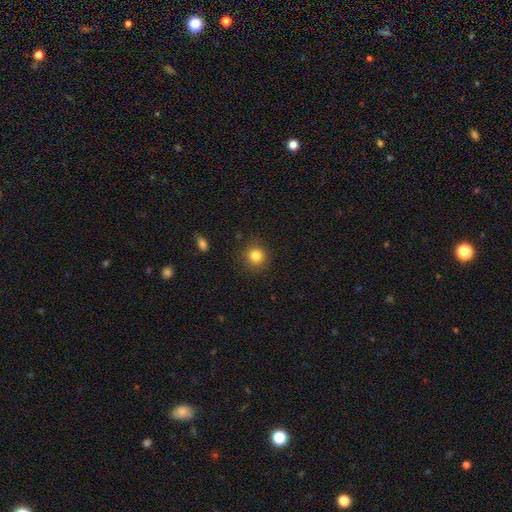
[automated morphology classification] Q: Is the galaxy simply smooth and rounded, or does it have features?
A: smooth — 83%.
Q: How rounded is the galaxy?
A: round — 90%.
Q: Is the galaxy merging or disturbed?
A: none — 88%.